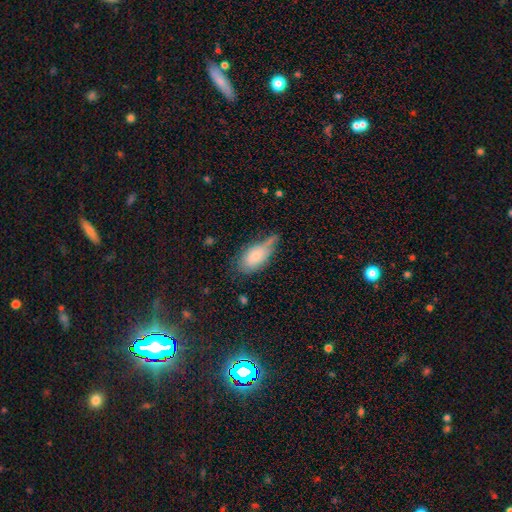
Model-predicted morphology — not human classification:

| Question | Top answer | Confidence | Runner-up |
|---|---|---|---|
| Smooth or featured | smooth | 77% | featured or disk (15%) |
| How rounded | in between | 90% | cigar-shaped (6%) |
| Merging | none | 42% | minor disturbance (37%) |